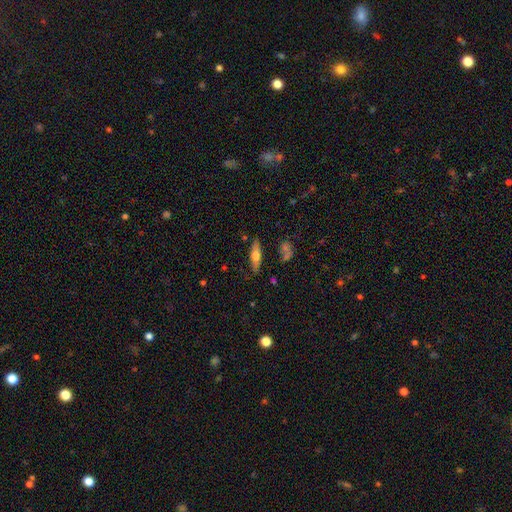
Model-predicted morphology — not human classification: This is possibly a featured or disk galaxy (47%, tied with smooth). Merging: clearly none (83%).